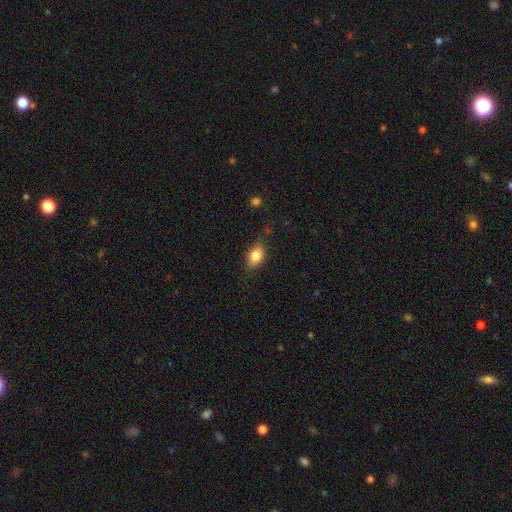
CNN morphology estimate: smooth_or_featured: smooth (p=0.82) [alt: featured or disk p=0.10]
how_rounded: in between (p=0.83) [alt: round p=0.13]
merging: none (p=0.76) [alt: minor disturbance p=0.18]